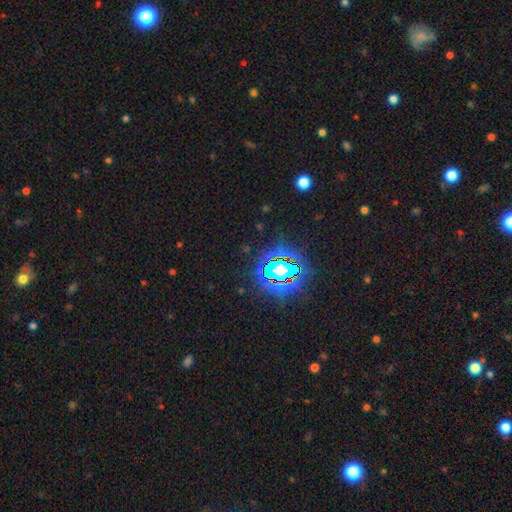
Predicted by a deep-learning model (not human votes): Smooth or featured? Predicted: star or artifact (p=0.82).